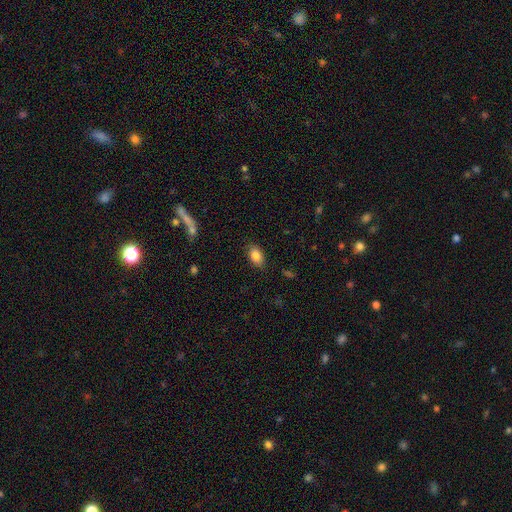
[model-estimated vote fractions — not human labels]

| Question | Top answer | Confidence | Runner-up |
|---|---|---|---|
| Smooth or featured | smooth | 85% | star or artifact (8%) |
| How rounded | in between | 89% | round (9%) |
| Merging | none | 85% | minor disturbance (11%) |